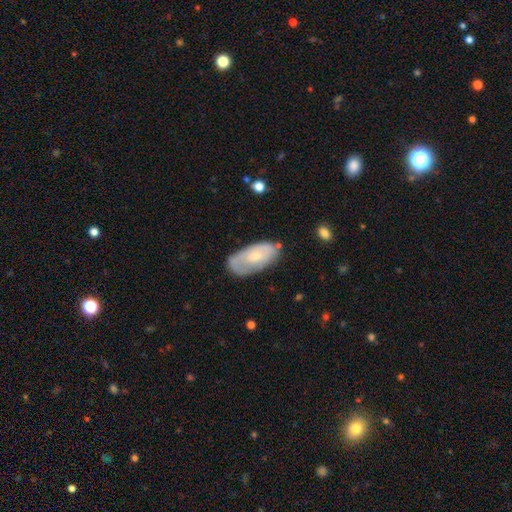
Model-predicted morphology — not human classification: Smooth or featured? Predicted: smooth (p=0.54). How rounded? Predicted: in between (p=0.92). Merging? Predicted: none (p=0.61).